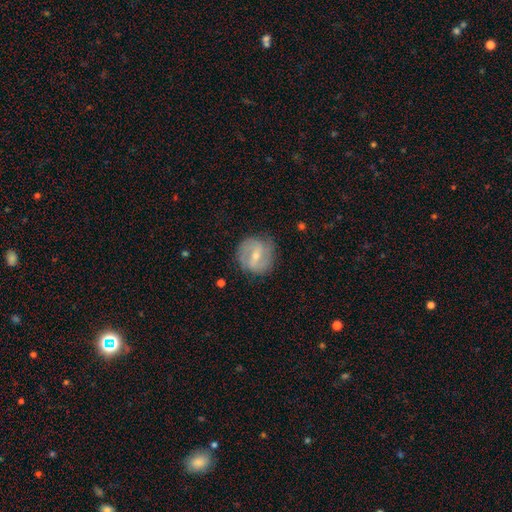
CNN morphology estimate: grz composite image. It shows a featured or disk galaxy (67%) with a weak bar (48%), spiral arms (77%) and a small central bulge (50%). Merging: none (77%).